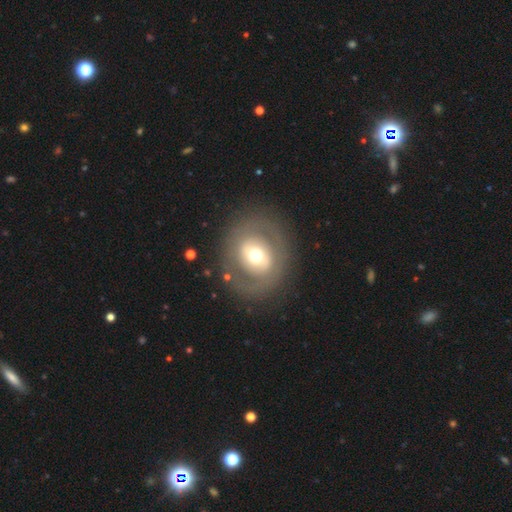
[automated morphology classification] Q: Smooth or featured?
A: featured or disk (47%); runner-up: smooth (45%)
Q: Merging?
A: none (81%); runner-up: minor disturbance (9%)